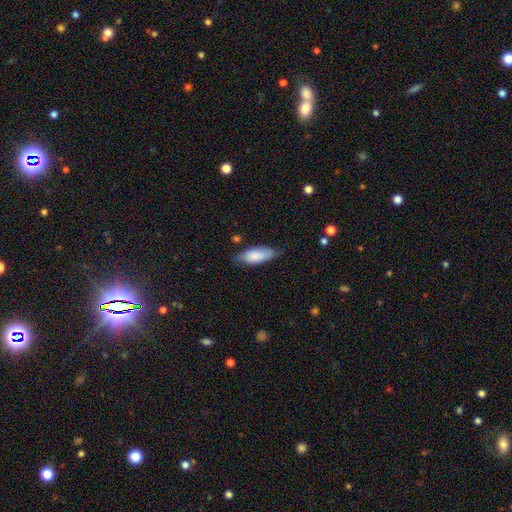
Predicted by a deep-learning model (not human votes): This appears to be a smooth galaxy with no disk features (80%) that is in between round and cigar-shaped (77%). Merging: none (67%).